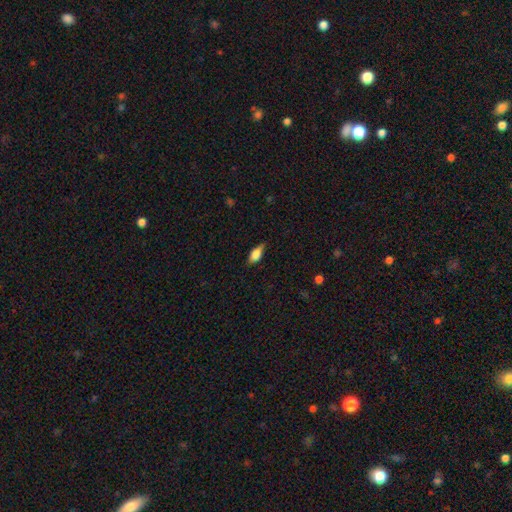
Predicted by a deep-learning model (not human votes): Smooth or featured? Predicted: smooth (p=0.70). How rounded? Predicted: in between (p=0.81). Merging? Predicted: none (p=0.73).